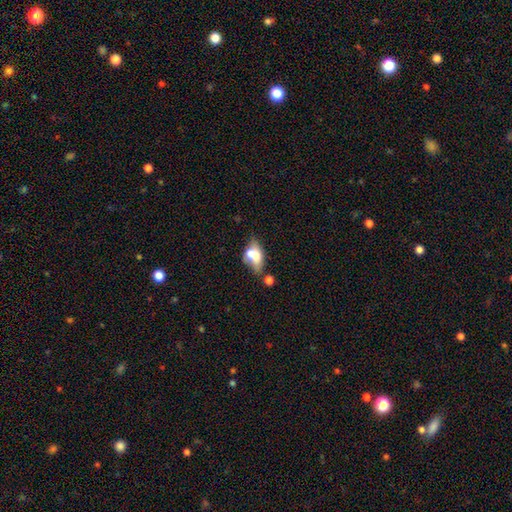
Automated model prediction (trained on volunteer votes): Smooth or featured? smooth (58%)
How rounded? in between (79%)
Merging? merger (42%)